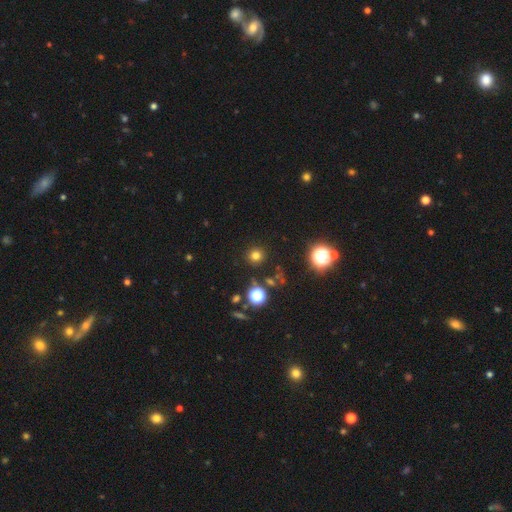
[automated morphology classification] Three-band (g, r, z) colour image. It shows a smooth galaxy with no disk features (73%) that is round (94%). Merging: none (89%).